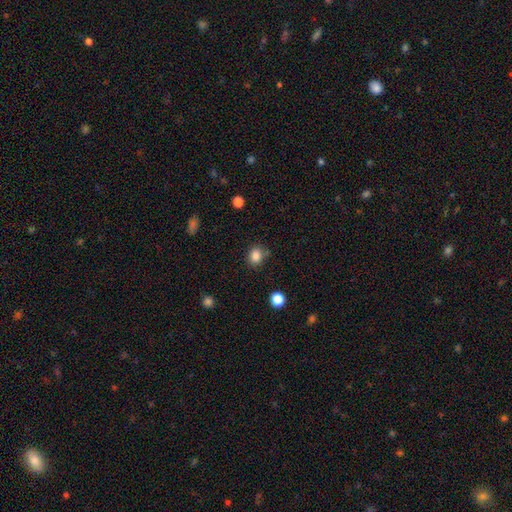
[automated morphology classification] This appears to be a smooth galaxy with no disk features (84%) that is round (62%). Merging: none (76%).